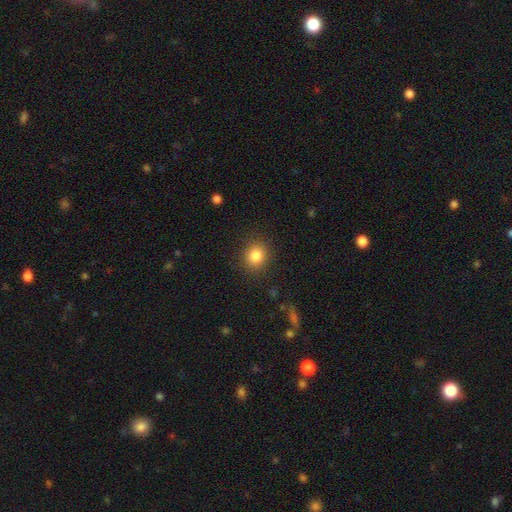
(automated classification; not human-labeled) smooth-or-featured: smooth: 84% | star or artifact: 11% | featured or disk: 5%
  how-rounded: round: 83% | in between: 16% | cigar-shaped: 1%
  merging: none: 89% | minor disturbance: 7% | major disturbance: 3% | merger: 1%